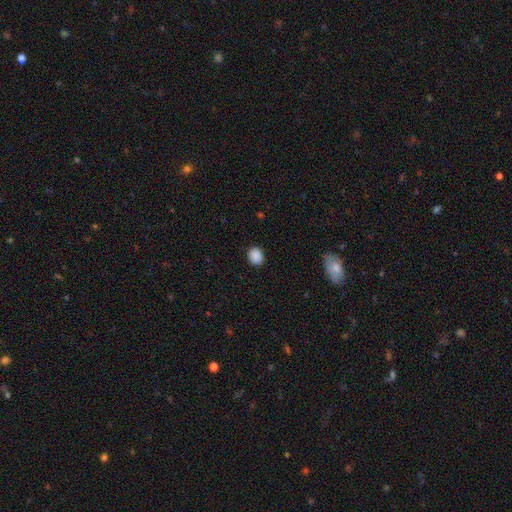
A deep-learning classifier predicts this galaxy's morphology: The model was most divided on "how rounded": round: 60%, in between: 39%, cigar-shaped: 1%. More confident: merging — none (89%); smooth or featured — smooth (89%).